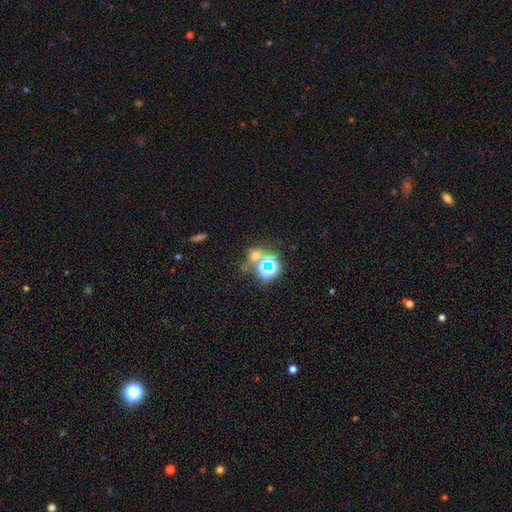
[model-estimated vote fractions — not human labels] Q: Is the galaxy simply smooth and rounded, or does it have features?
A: star or artifact — 44%, tied with smooth.